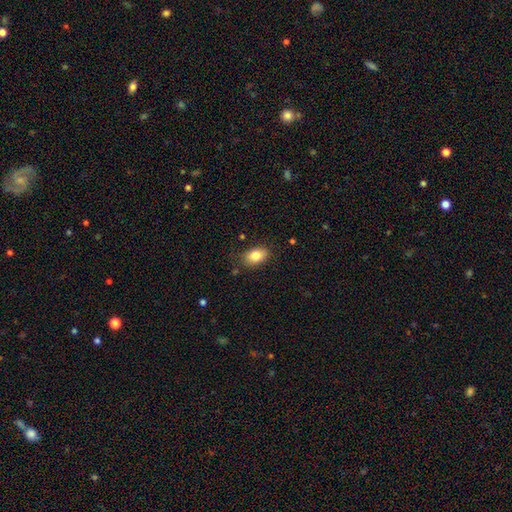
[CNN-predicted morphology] Q: Smooth or featured?
A: smooth (83%); runner-up: featured or disk (9%)
Q: How rounded?
A: in between (85%); runner-up: round (13%)
Q: Merging?
A: none (82%); runner-up: minor disturbance (14%)